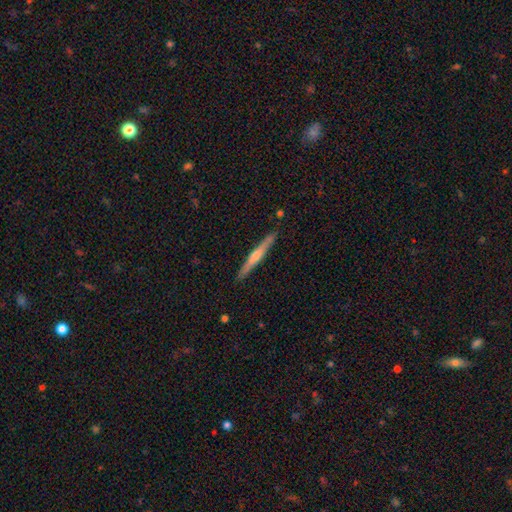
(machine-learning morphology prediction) Overall: featured or disk (70%). Edge-on disk: yes (98%). Edge-on bulge: rounded (77%). Merging: none (91%).